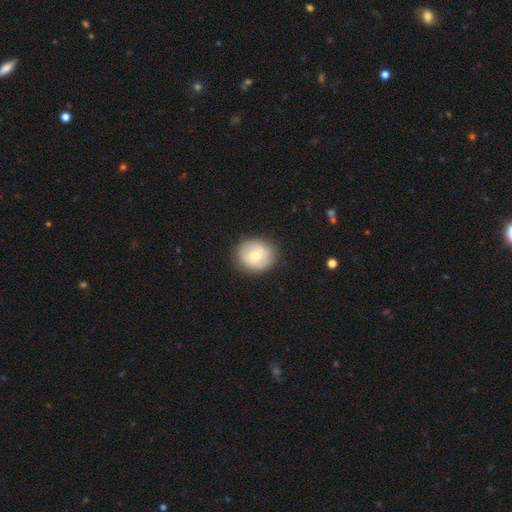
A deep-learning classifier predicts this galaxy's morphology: type=smooth (58%); roundness=round (76%); merging=none (86%).